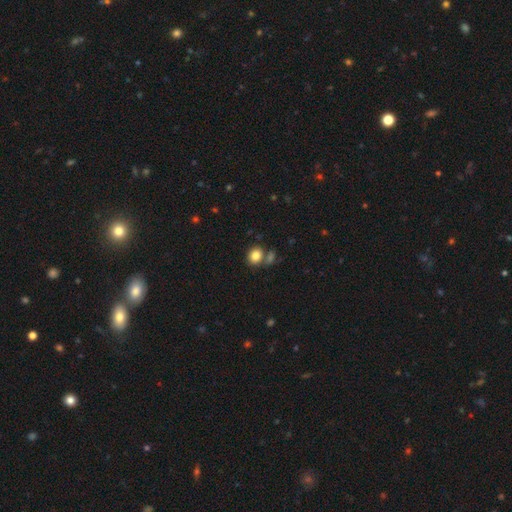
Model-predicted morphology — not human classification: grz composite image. It shows a smooth galaxy with no disk features (83%) that is round (56%). Merging: none (64%).